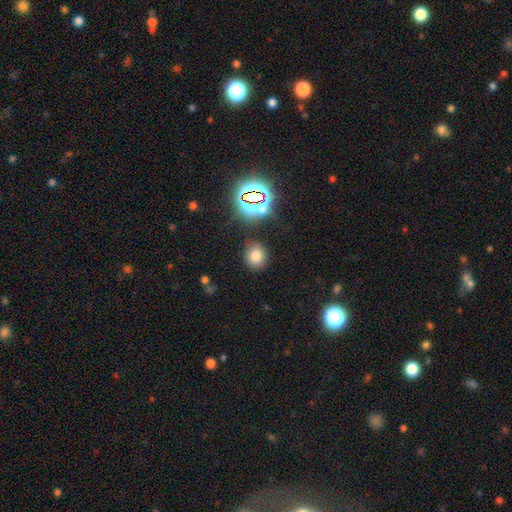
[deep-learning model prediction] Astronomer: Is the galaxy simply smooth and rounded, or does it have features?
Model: smooth — 72%.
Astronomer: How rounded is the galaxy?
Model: round — 73%.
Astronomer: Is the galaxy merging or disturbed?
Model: none — 82%.